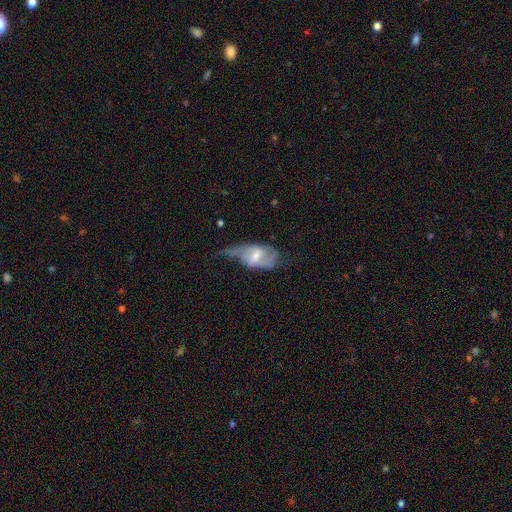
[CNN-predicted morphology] Smooth or featured? featured or disk (60%)
Edge-on disk? no (92%)
Bar? weak (53%)
Spiral arms? yes (72%)
Bulge size? moderate (52%)
Merging? major disturbance (36%)